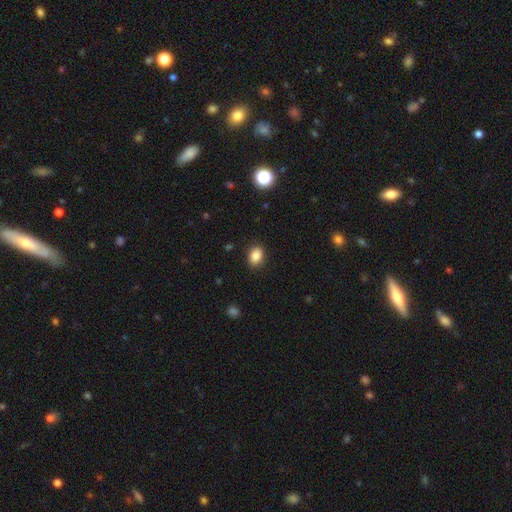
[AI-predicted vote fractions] This appears to be a smooth galaxy with no disk features (87%) that is in between round and cigar-shaped (74%). Merging: none (88%).